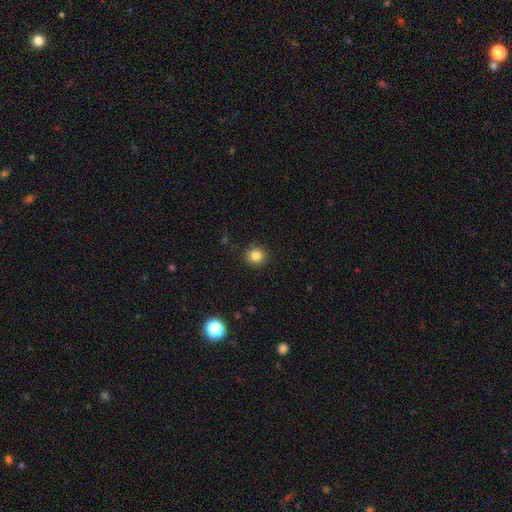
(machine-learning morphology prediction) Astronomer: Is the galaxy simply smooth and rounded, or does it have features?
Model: smooth — 83%.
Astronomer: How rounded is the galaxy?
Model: round — 91%.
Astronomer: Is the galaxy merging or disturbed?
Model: none — 90%.